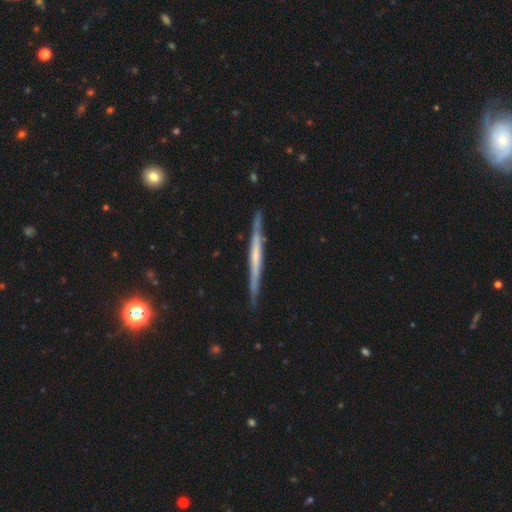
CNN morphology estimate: This appears to be a featured or disk galaxy (64%) viewed edge-on (96%) with no central bulge (73%). Merging: none (87%).